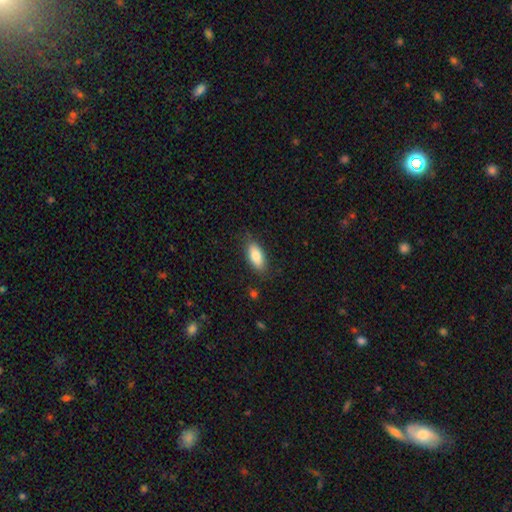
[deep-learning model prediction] A smooth galaxy with no disk features (81%) that is in between round and cigar-shaped (84%). Merging: none (83%).